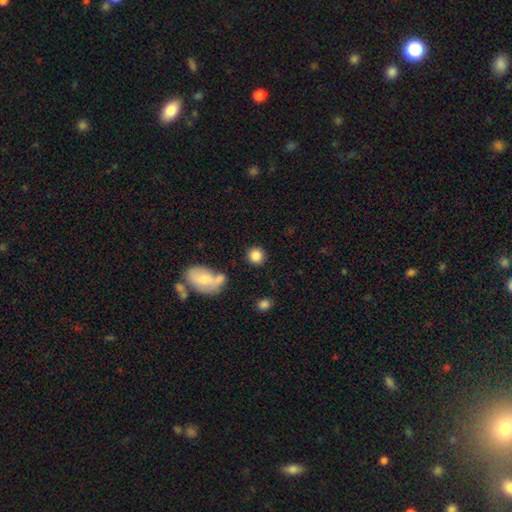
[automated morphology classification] Smooth or featured?
  - smooth: 85% *
  - star or artifact: 9%
  - featured or disk: 6%
How rounded?
  - round: 87% *
  - in between: 12%
  - cigar-shaped: 1%
Merging?
  - none: 82% *
  - minor disturbance: 8%
  - merger: 7%
  - major disturbance: 3%